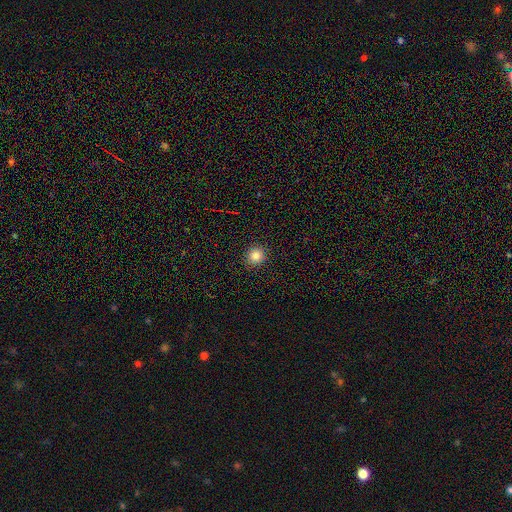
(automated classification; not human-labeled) A smooth galaxy with no disk features (84%) that is round (89%). Merging: none (90%).